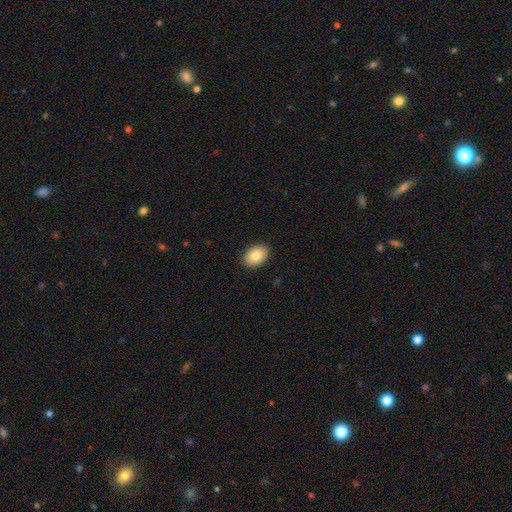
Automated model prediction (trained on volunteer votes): This is clearly a smooth galaxy (84%). How rounded: clearly in between (83%). Merging: clearly none (89%).